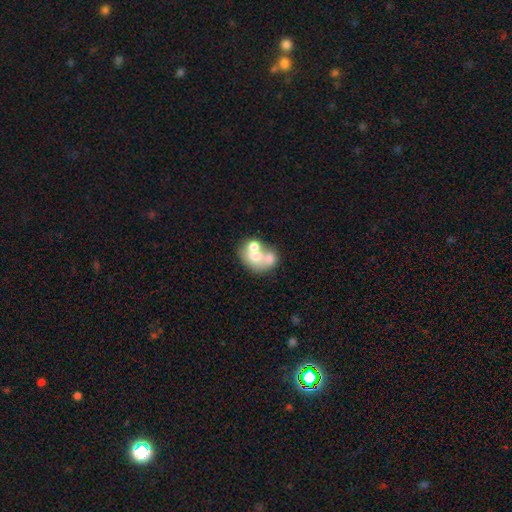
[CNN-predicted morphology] A smooth galaxy with no disk features (50%). Merging: merger (54%).